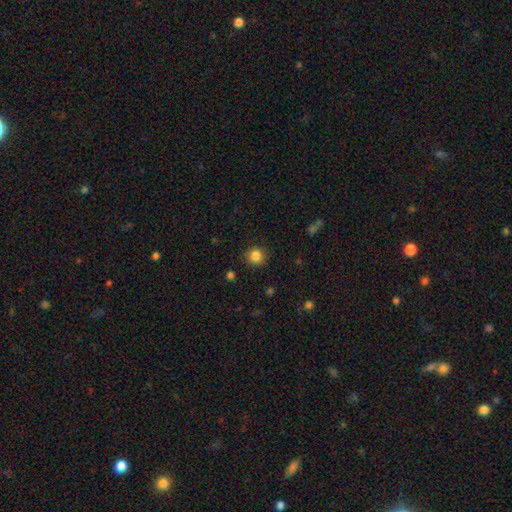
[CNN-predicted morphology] Smooth or featured? Predicted: smooth (p=0.85). How rounded? Predicted: round (p=0.91). Merging? Predicted: none (p=0.88).